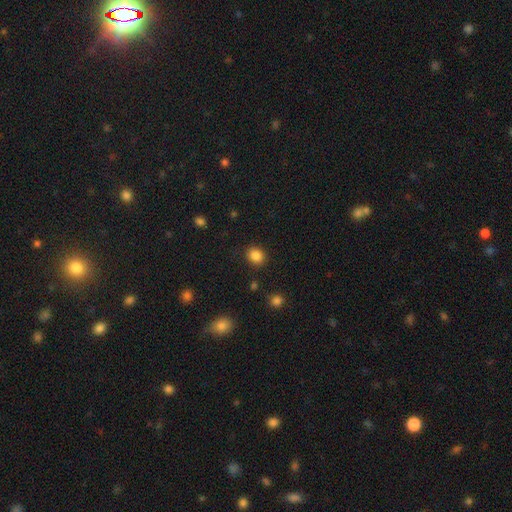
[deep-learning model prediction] Smooth or featured: smooth — 86% (star or artifact — 10%)
How rounded: round — 64% (in between — 35%)
Merging: none — 88% (minor disturbance — 8%)